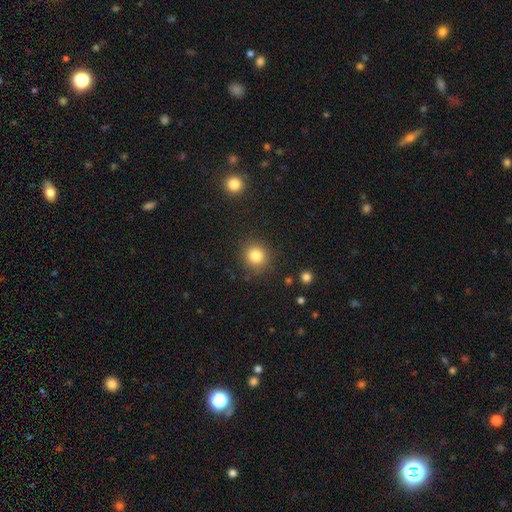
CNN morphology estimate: Smooth or featured? smooth (83%)
How rounded? round (90%)
Merging? none (86%)